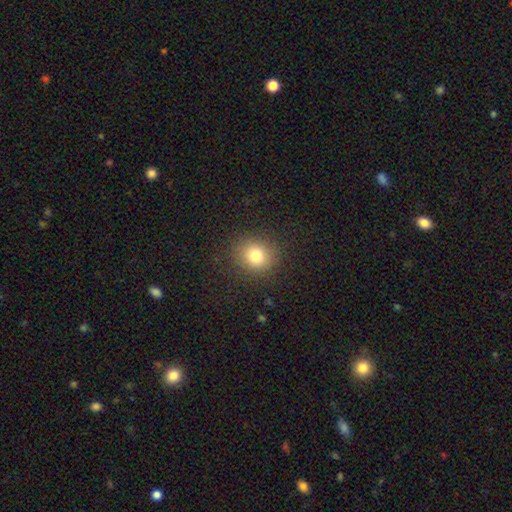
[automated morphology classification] type=smooth (78%); roundness=round (84%); merging=none (88%).